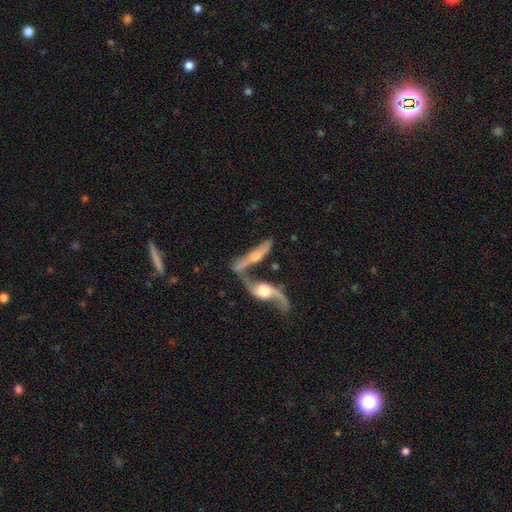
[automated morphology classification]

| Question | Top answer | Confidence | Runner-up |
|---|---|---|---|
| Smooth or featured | featured or disk | 68% | smooth (26%) |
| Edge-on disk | yes | 51% | no (49%) |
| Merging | merger | 50% | none (28%) |